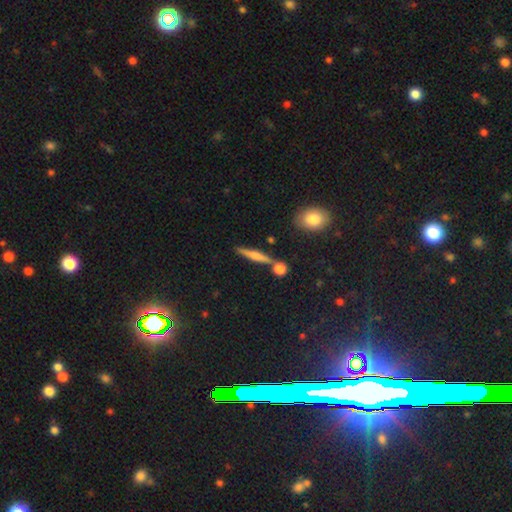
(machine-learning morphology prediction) Smooth or featured? Predicted: smooth (p=0.49). Merging? Predicted: none (p=0.78).